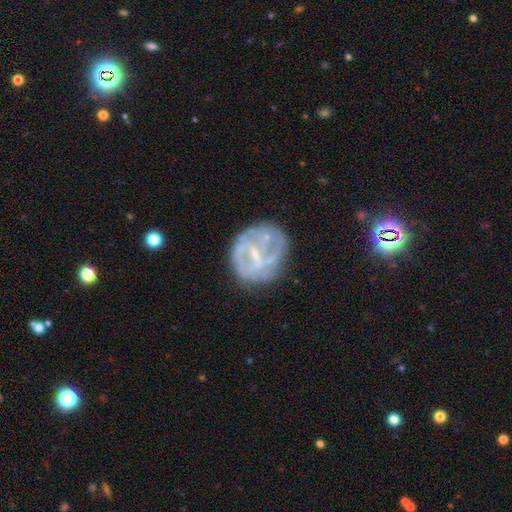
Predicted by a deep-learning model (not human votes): The model was most divided on "spiral arms": no: 55%, yes: 45%. Remaining: edge-on disk — no (97%); smooth or featured — featured or disk (69%); merging — none (61%); bulge size — small (57%); bar — weak (42%).